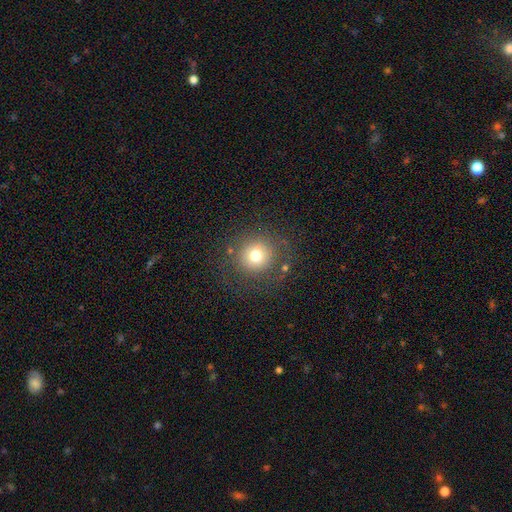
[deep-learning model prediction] This is likely a smooth galaxy (73%). How rounded: clearly round (92%). Merging: clearly none (80%).